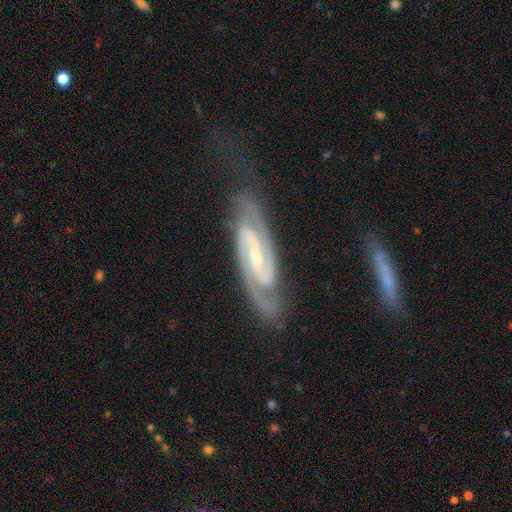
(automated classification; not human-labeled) Smooth or featured? Predicted: featured or disk (p=0.92). Edge-on disk? Predicted: no (p=0.95). Bar? Predicted: strong (p=0.45). Spiral arms? Predicted: yes (p=0.99). Spiral winding? Predicted: tight (p=0.48). Spiral arm count? Predicted: 2 (p=0.93). Bulge size? Predicted: small (p=0.61). Merging? Predicted: none (p=0.74).